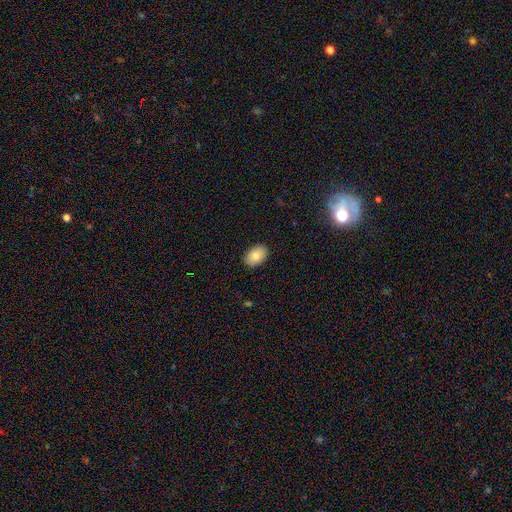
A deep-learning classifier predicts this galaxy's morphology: This is clearly a smooth galaxy (85%). How rounded: clearly in between (89%). Merging: clearly none (88%).